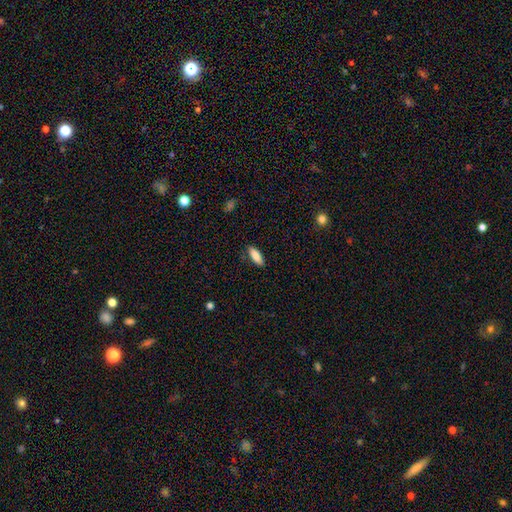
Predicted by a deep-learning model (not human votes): smooth_or_featured: smooth (p=0.86) [alt: featured or disk p=0.07]
how_rounded: in between (p=0.66) [alt: cigar-shaped p=0.32]
merging: none (p=0.88) [alt: minor disturbance p=0.09]